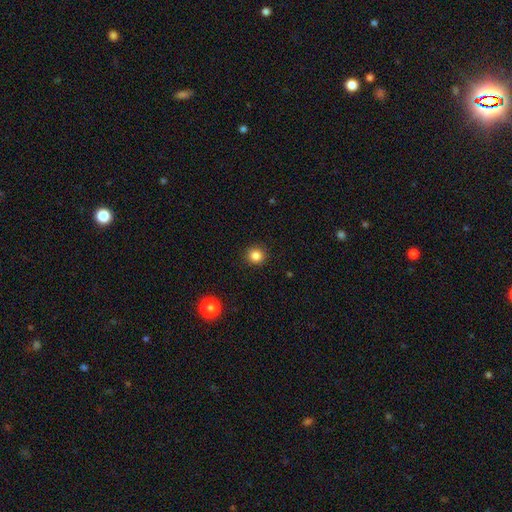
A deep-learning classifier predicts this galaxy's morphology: smooth 84%, star or artifact 12%, featured or disk 4%. Down the decision tree: how rounded — round (93%); merging — none (92%).